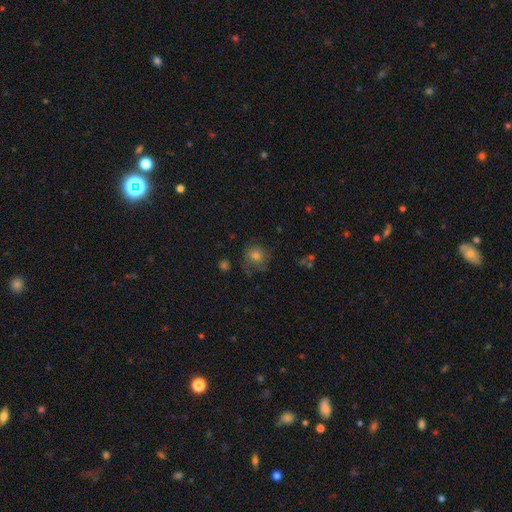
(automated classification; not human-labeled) Smooth or featured: smooth — 66% (featured or disk — 20%)
How rounded: round — 82% (in between — 17%)
Merging: none — 60% (minor disturbance — 23%)